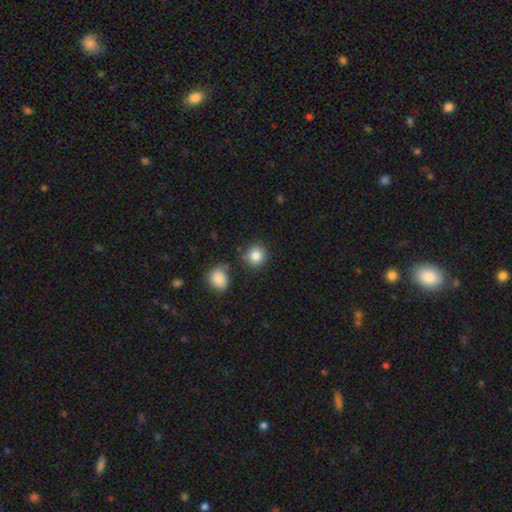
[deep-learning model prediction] Overall: smooth (85%). How rounded: round (89%). Merging: none (79%).